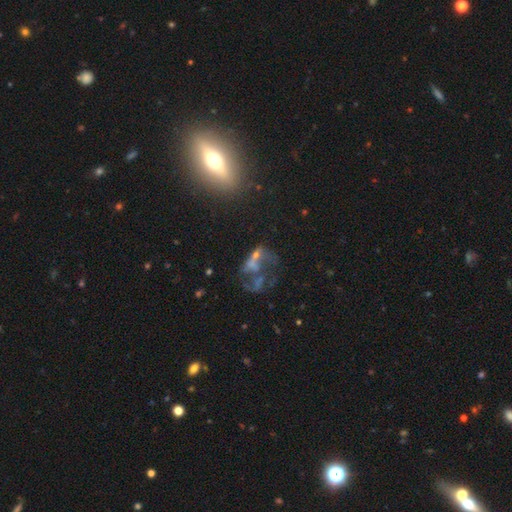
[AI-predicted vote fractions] A featured or disk galaxy (51%). Merging: none (34%).